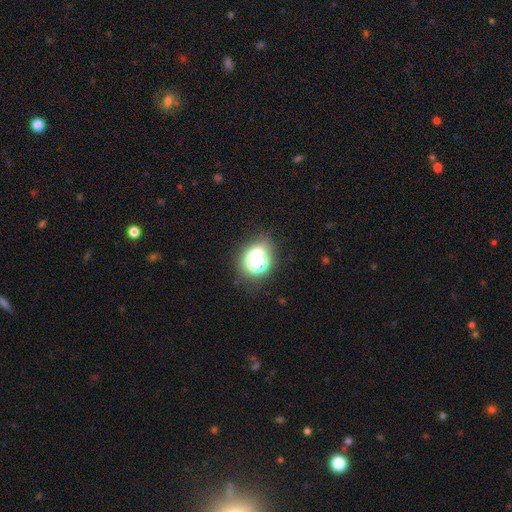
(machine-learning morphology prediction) A smooth galaxy with no disk features (50%). Merging: none (66%).